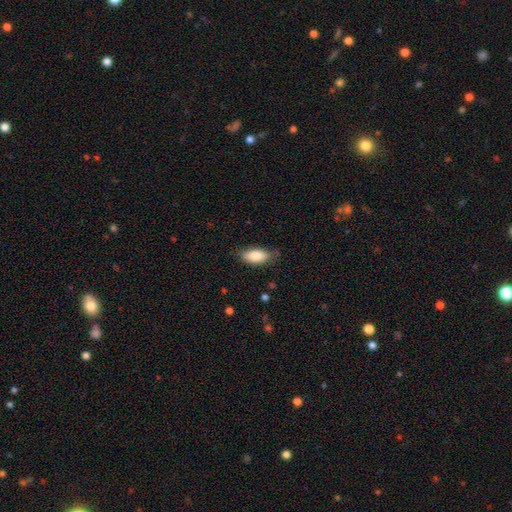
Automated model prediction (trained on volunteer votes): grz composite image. It shows a smooth galaxy with no disk features (83%) that is in between round and cigar-shaped (89%). Merging: none (75%).